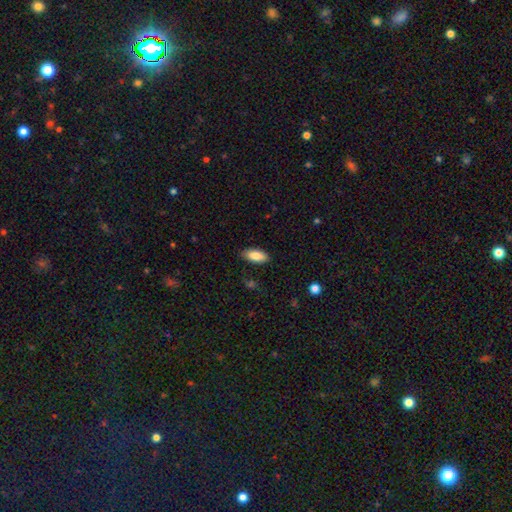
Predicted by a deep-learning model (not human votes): Morphology: type=smooth (83%); roundness=in between (86%); merging=none (86%).